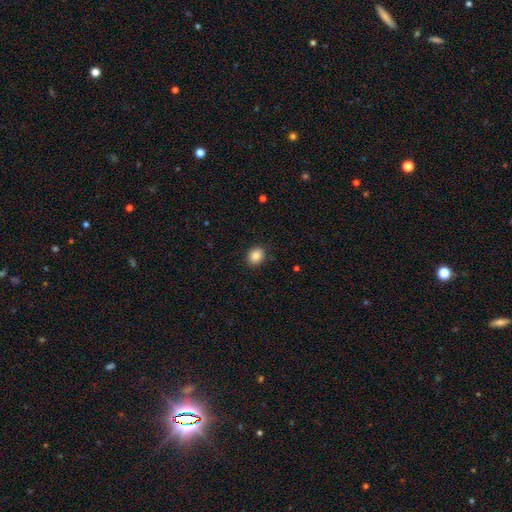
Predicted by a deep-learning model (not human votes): Smooth or featured?
  - smooth: 86% *
  - star or artifact: 9%
  - featured or disk: 5%
How rounded?
  - round: 63% *
  - in between: 36%
  - cigar-shaped: 1%
Merging?
  - none: 89% *
  - minor disturbance: 8%
  - major disturbance: 2%
  - merger: 1%